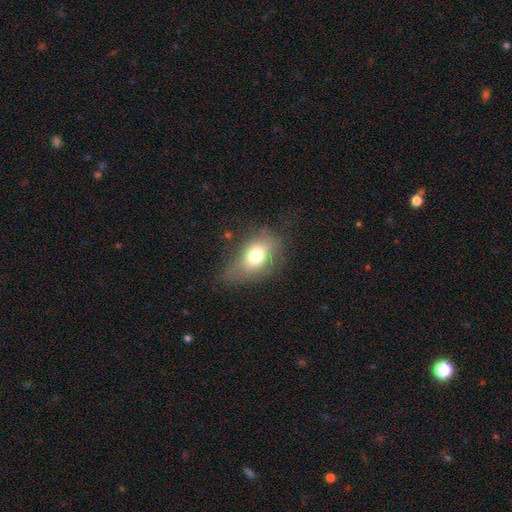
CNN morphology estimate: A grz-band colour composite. It shows a smooth galaxy with no disk features (71%) that is in between round and cigar-shaped (83%). Merging: none (58%).